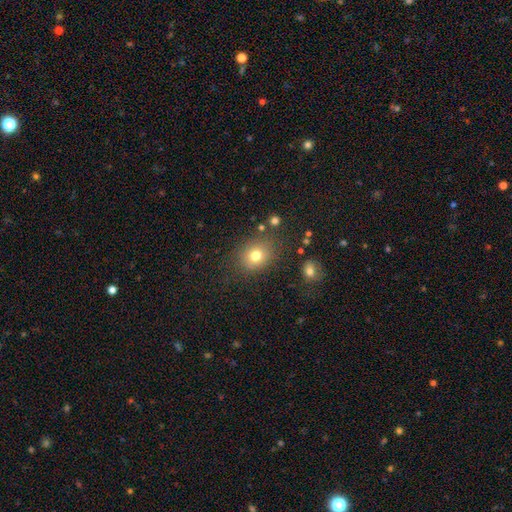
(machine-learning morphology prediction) A smooth galaxy with no disk features (76%) that is round (66%). Merging: none (78%).